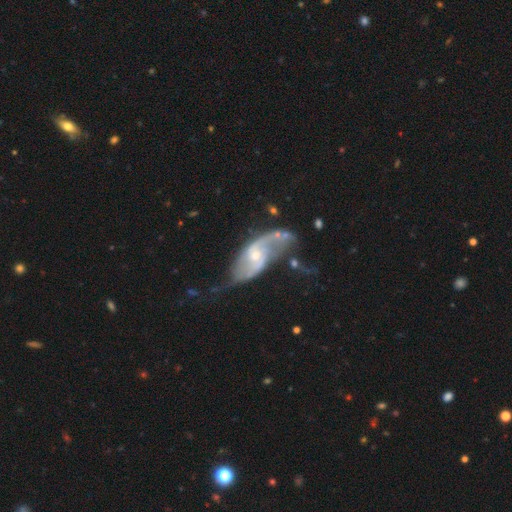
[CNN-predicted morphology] This appears to be a featured or disk galaxy (82%) with no bar (53%), 2 (82%) loose (51%) spiral arms (90%) and a small central bulge (52%). Merging: none (45%).